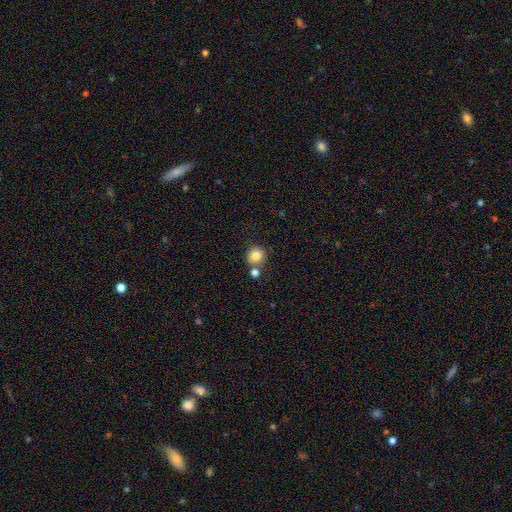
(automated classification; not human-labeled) smooth-or-featured: smooth: 81% | star or artifact: 11% | featured or disk: 8%
  how-rounded: round: 90% | in between: 9% | cigar-shaped: 1%
  merging: none: 69% | merger: 19% | minor disturbance: 9% | major disturbance: 3%